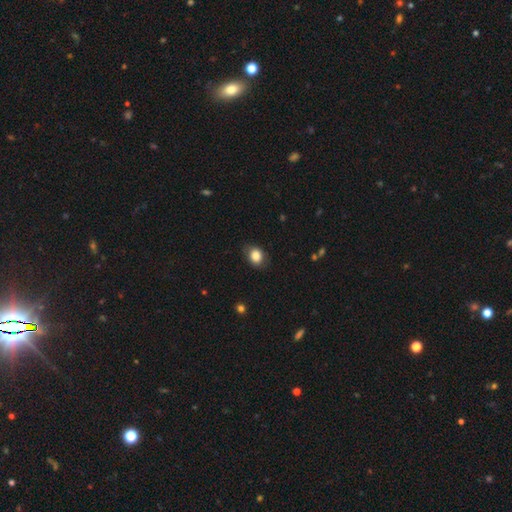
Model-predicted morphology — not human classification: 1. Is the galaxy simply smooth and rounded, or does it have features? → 84% smooth, 8% star or artifact, 8% featured or disk.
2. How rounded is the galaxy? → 59% in between, 40% round, 1% cigar-shaped.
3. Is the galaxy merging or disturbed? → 78% none, 16% minor disturbance, 4% major disturbance, 1% merger.